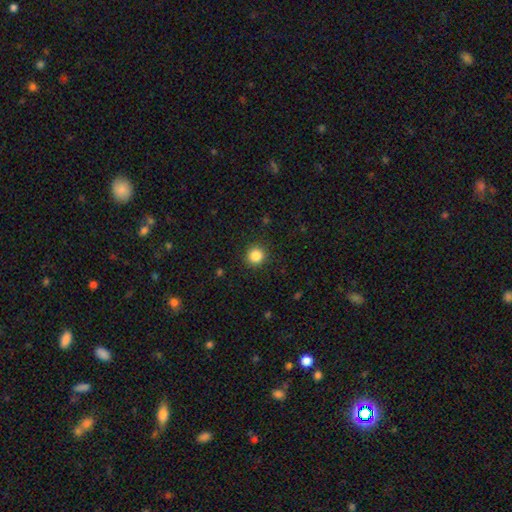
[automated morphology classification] smooth_or_featured: smooth (p=0.85) [alt: star or artifact p=0.11]
how_rounded: round (p=0.93) [alt: in between p=0.06]
merging: none (p=0.91) [alt: minor disturbance p=0.06]